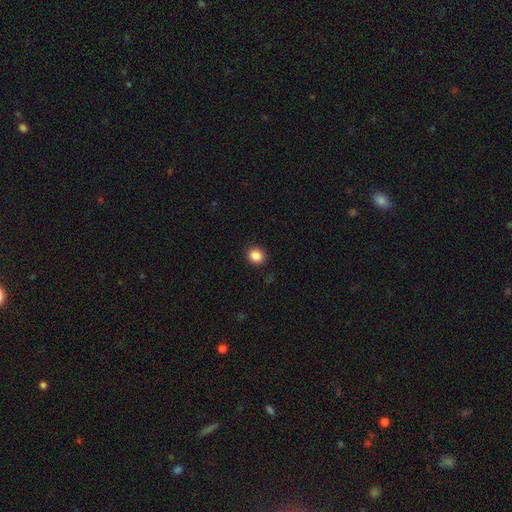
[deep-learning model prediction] This appears to be a smooth galaxy with no disk features (87%) that is round (83%). Merging: none (91%).